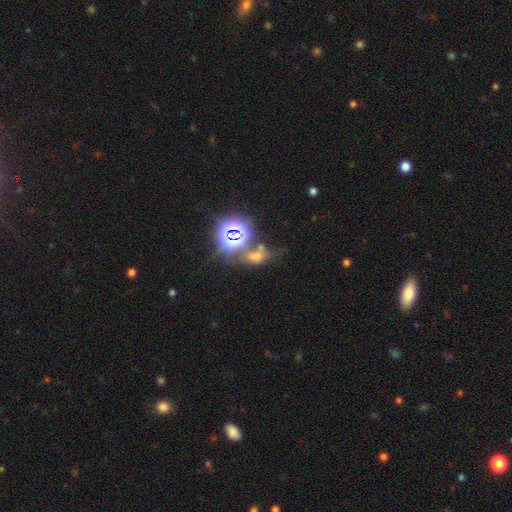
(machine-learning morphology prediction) smooth_or_featured: star or artifact (p=0.45) [alt: smooth p=0.40]